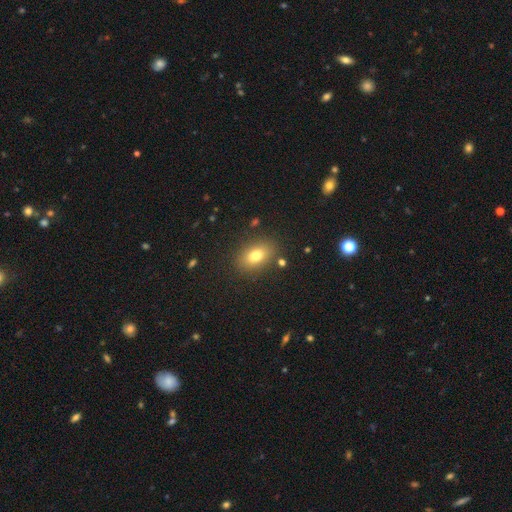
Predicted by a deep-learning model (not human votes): A smooth galaxy with no disk features (77%) that is in between round and cigar-shaped (81%).

Vote fractions:
- Smooth or featured? smooth: 77% / featured or disk: 12% / star or artifact: 11%
- How rounded? in between: 81% / round: 17% / cigar-shaped: 2%
- Merging? none: 85% / minor disturbance: 10% / major disturbance: 3% / merger: 3%